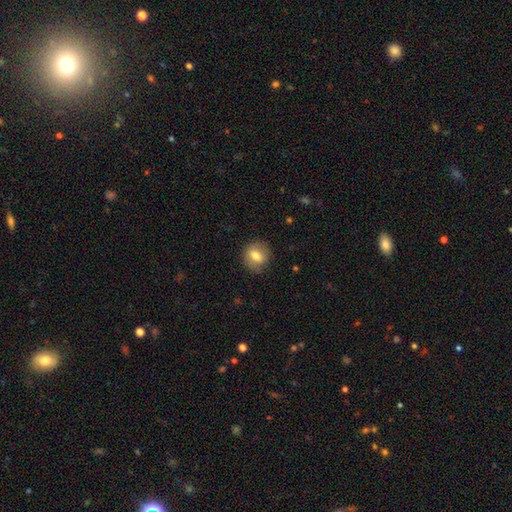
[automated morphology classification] Smooth or featured: smooth — 70% (featured or disk — 21%)
How rounded: round — 75% (in between — 24%)
Merging: none — 81% (minor disturbance — 14%)